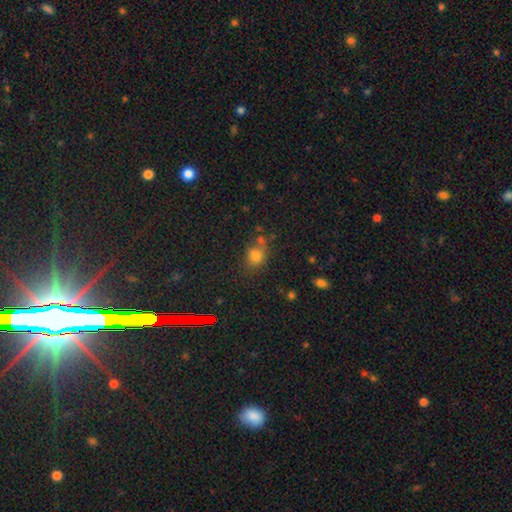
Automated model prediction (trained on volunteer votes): The model was most divided on "how rounded": round: 54%, in between: 45%, cigar-shaped: 2%. More confident: smooth or featured — smooth (73%); merging — none (51%).